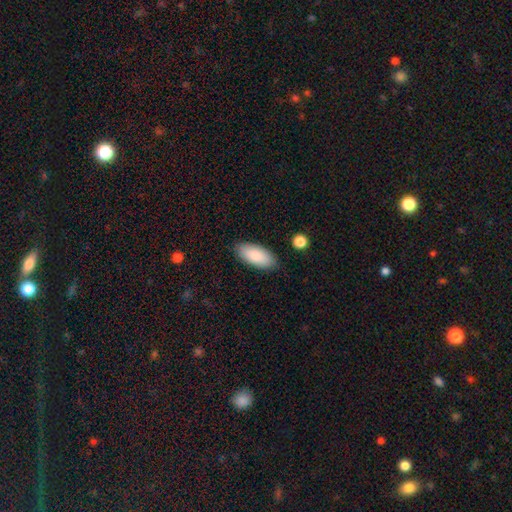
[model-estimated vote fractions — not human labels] This appears to be a smooth galaxy with no disk features (87%) that is in between round and cigar-shaped (89%). Merging: none (86%).